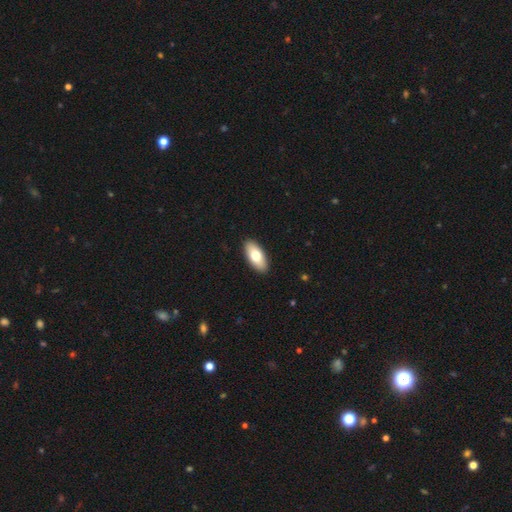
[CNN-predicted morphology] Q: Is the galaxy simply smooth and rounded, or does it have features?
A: smooth — 74%.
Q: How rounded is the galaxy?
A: in between — 89%.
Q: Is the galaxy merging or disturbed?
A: none — 91%.